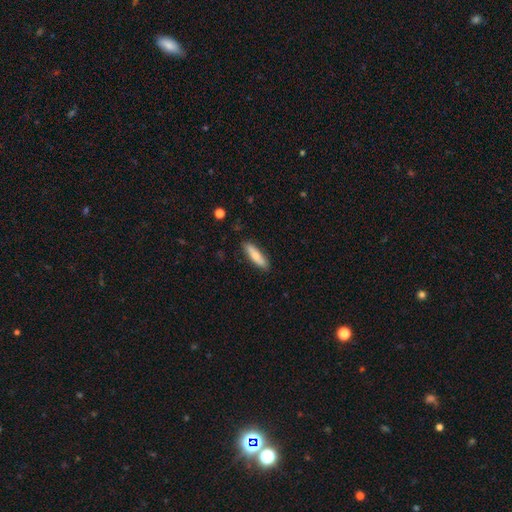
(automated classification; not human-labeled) A smooth galaxy with no disk features (67%) that is cigar-shaped (69%). Merging: none (87%).